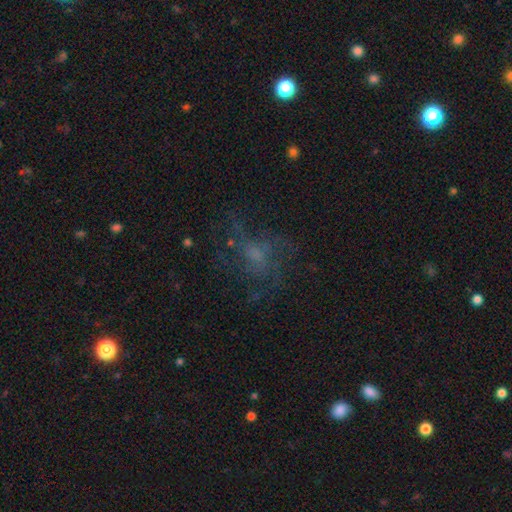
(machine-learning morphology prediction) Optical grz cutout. It shows a featured or disk galaxy (49%). Merging: none (58%).